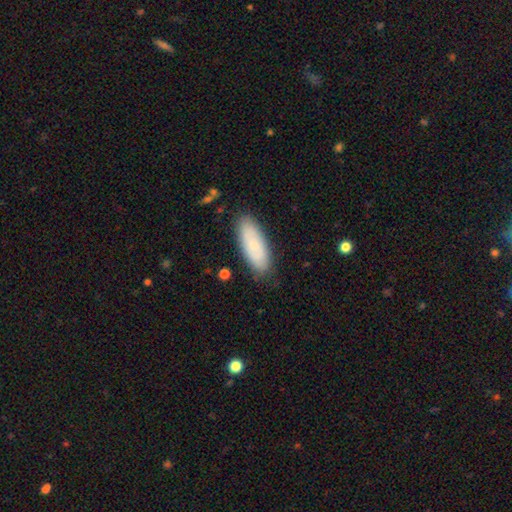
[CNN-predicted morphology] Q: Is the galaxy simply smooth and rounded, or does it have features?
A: smooth — 73%.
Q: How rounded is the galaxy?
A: in between — 77%.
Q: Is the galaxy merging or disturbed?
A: none — 81%.